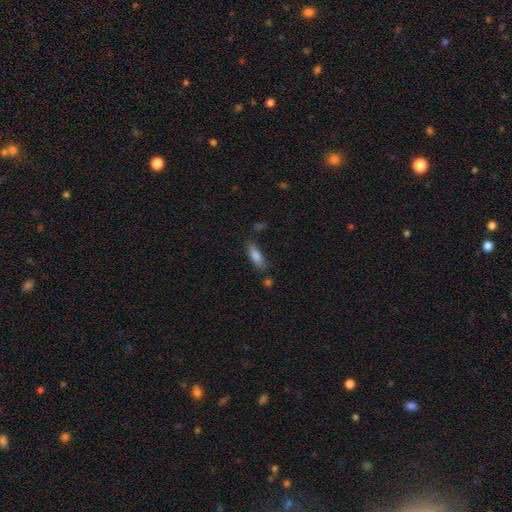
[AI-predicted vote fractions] Smooth or featured? smooth (82%)
How rounded? in between (61%)
Merging? none (69%)